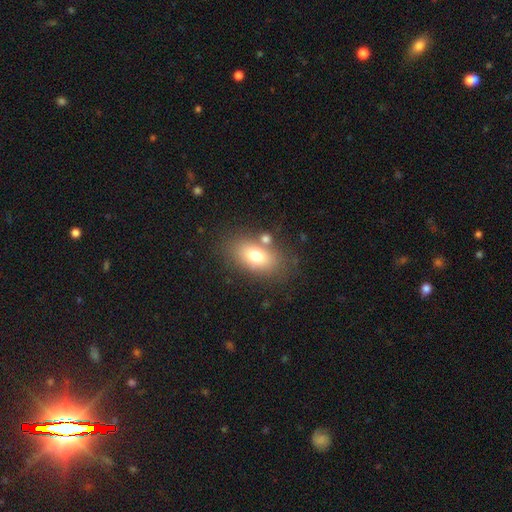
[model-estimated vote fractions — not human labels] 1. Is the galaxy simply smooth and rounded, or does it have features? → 72% smooth, 17% featured or disk, 10% star or artifact.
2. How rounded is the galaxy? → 85% in between, 12% round, 3% cigar-shaped.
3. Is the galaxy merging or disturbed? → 71% none, 13% minor disturbance, 11% merger, 5% major disturbance.